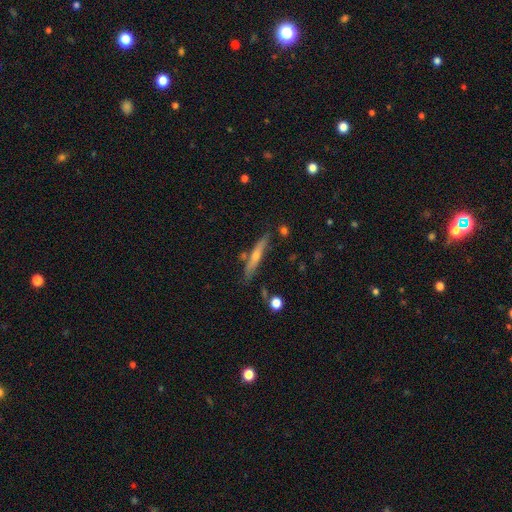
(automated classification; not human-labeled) Morphology: type=featured or disk (59%); edge-on=yes (93%); edge-on bulge=rounded (76%); merging=none (79%).